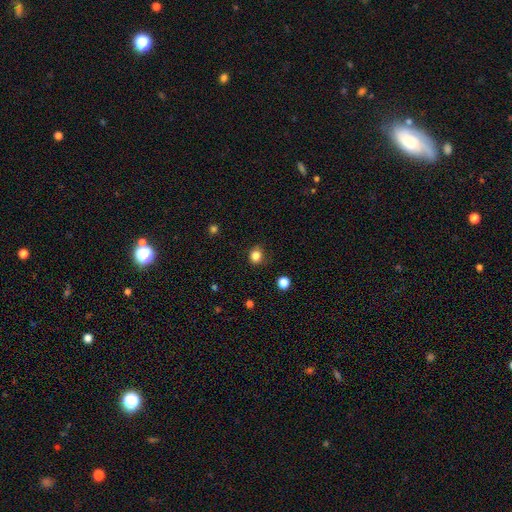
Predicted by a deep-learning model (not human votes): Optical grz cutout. It shows a smooth galaxy with no disk features (84%) that is round (76%). Merging: none (84%).